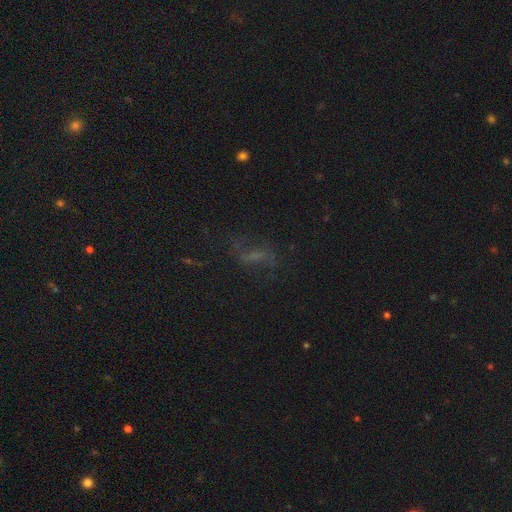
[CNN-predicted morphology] A featured or disk galaxy (37%). Merging: none (54%).